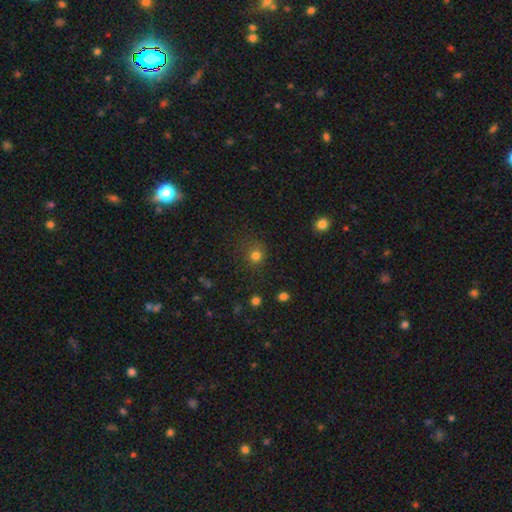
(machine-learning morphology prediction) smooth_or_featured: smooth (p=0.77) [alt: star or artifact p=0.17]
how_rounded: round (p=0.86) [alt: in between p=0.13]
merging: none (p=0.78) [alt: minor disturbance p=0.13]